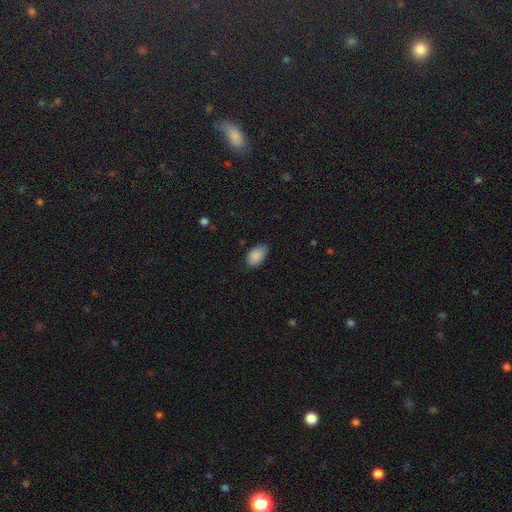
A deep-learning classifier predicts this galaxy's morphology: Q: Smooth or featured?
A: smooth (88%); runner-up: star or artifact (7%)
Q: How rounded?
A: in between (91%); runner-up: round (7%)
Q: Merging?
A: none (77%); runner-up: minor disturbance (19%)